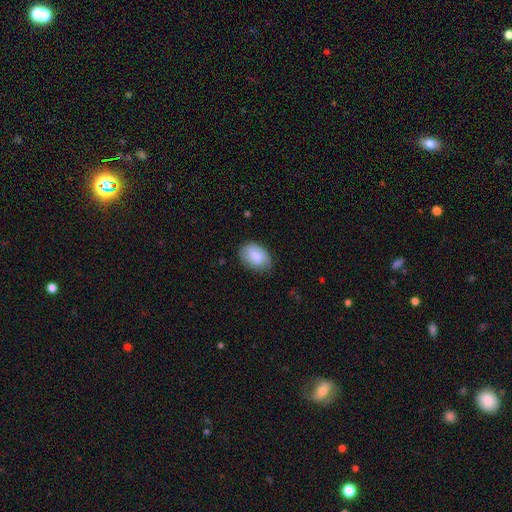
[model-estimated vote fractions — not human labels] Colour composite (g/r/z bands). It shows a smooth galaxy with no disk features (85%) that is in between round and cigar-shaped (82%). Merging: none (70%).